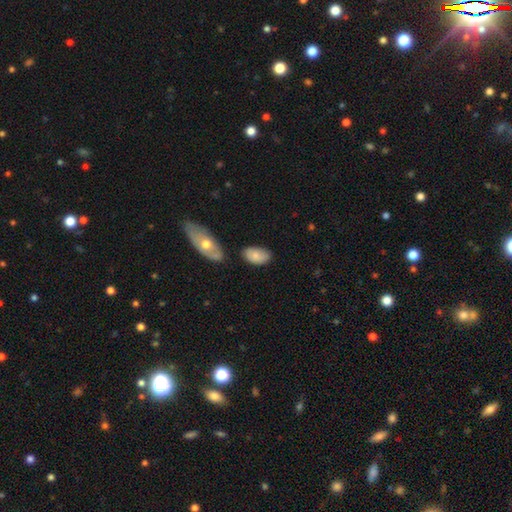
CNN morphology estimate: The model was most divided on "merging": none: 70%, minor disturbance: 18%, merger: 7%, major disturbance: 4%. More confident: how rounded — in between (94%); smooth or featured — smooth (78%).